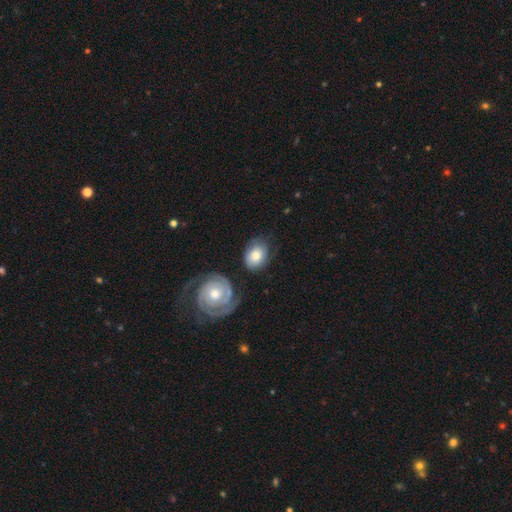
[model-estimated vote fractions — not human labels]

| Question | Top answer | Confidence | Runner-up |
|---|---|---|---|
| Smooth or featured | smooth | 64% | featured or disk (30%) |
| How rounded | in between | 59% | round (40%) |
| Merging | none | 61% | minor disturbance (22%) |